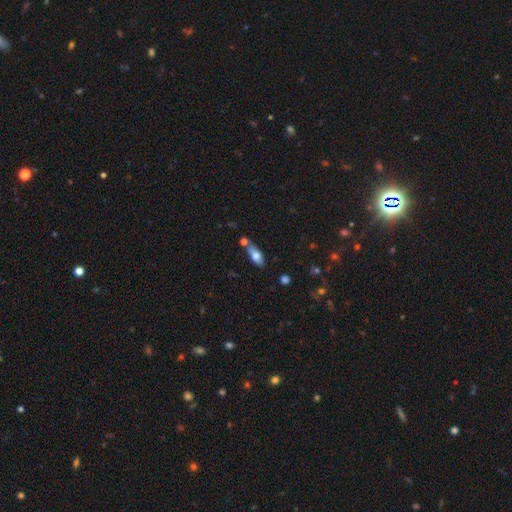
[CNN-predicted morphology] Smooth or featured: smooth — 71% (featured or disk — 22%)
How rounded: in between — 77% (cigar-shaped — 20%)
Merging: none — 60% (minor disturbance — 18%)